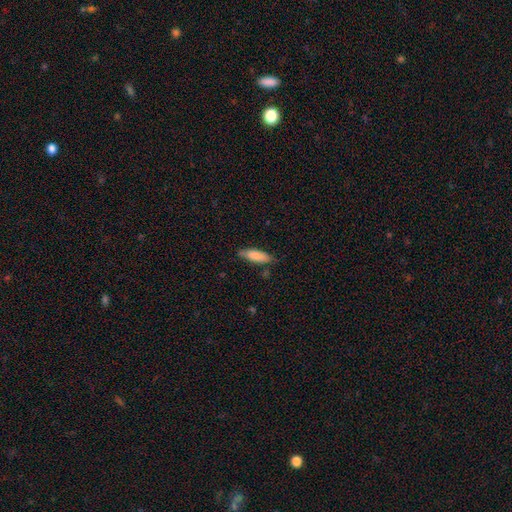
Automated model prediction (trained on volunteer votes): Smooth or featured? Predicted: smooth (p=0.83). How rounded? Predicted: cigar-shaped (p=0.51). Merging? Predicted: none (p=0.76).